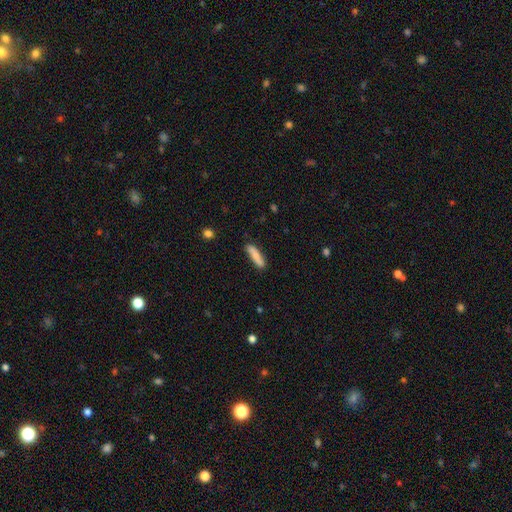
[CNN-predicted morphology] type=smooth (77%); roundness=cigar-shaped (79%); merging=none (83%).